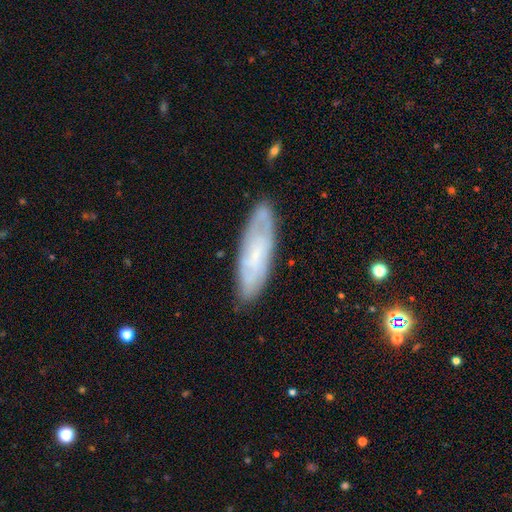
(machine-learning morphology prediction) Overall: featured or disk (51%; smooth 41%). Edge-on disk: no (74%). Merging: none (81%).